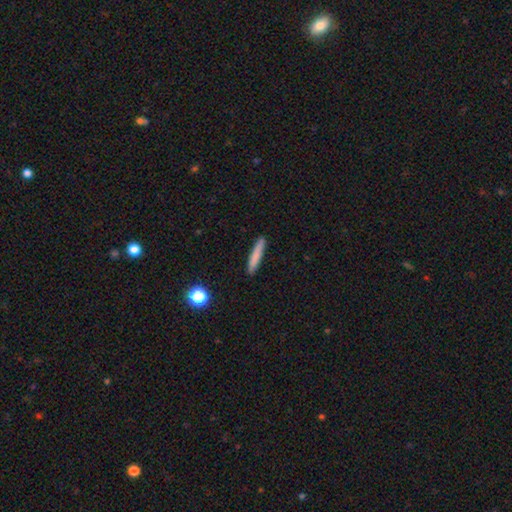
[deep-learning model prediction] Morphology: type=smooth (80%); roundness=cigar-shaped (93%); merging=none (89%).